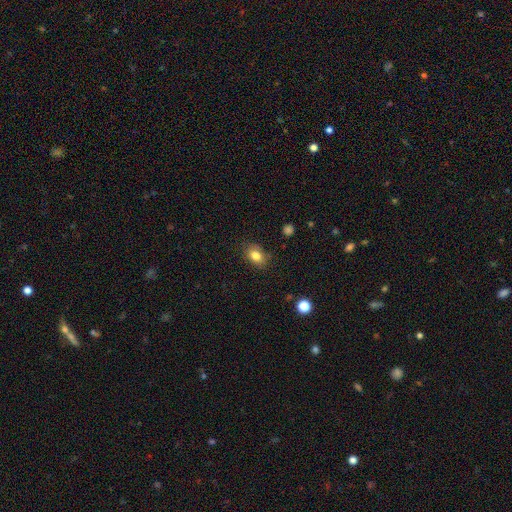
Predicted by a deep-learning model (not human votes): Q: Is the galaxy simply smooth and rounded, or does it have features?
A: smooth — 82%.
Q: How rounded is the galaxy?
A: in between — 75%.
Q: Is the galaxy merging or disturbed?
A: none — 82%.